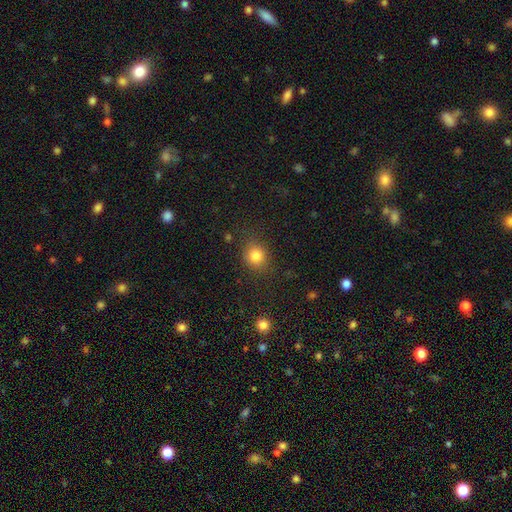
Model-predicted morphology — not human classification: The model was most divided on "how rounded": round: 79%, in between: 20%, cigar-shaped: 1%. More confident: smooth or featured — smooth (82%); merging — none (79%).